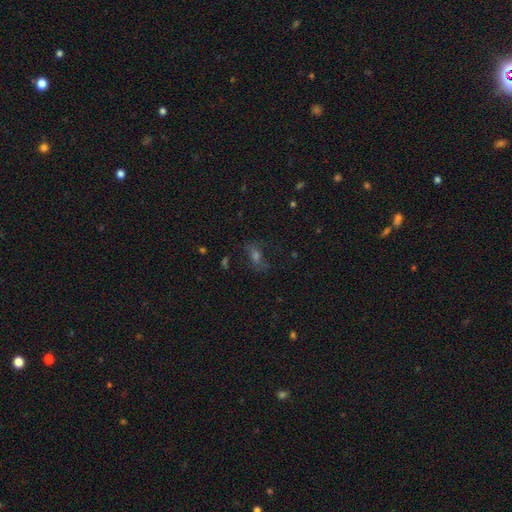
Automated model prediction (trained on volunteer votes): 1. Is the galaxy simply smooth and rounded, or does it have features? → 37% smooth, 34% star or artifact, 29% featured or disk.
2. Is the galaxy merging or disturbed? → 62% none, 18% minor disturbance, 16% major disturbance, 3% merger.